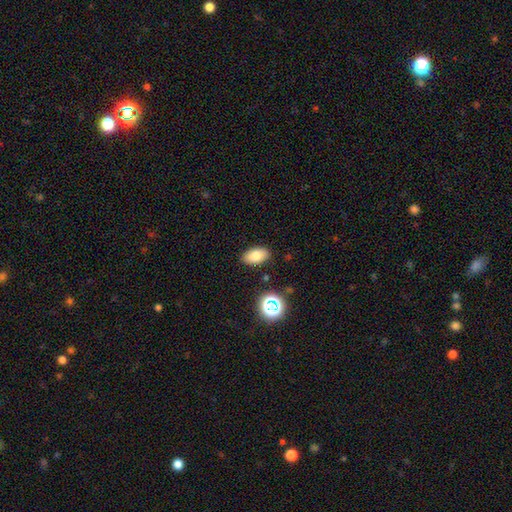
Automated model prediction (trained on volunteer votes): A smooth galaxy with no disk features (81%) that is in between round and cigar-shaped (92%). Merging: none (86%).